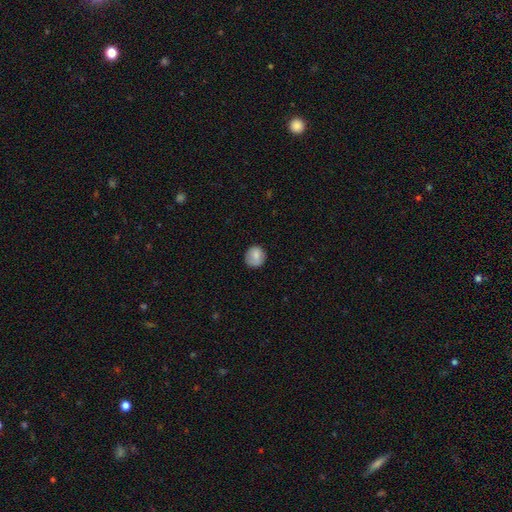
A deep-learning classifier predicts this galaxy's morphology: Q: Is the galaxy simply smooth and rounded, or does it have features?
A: smooth — 82%.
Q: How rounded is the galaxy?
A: round — 84%.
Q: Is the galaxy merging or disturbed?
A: none — 78%.